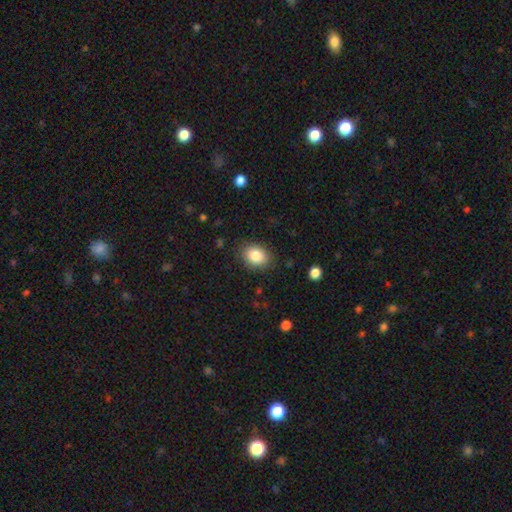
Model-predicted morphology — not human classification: Q: Smooth or featured?
A: smooth (85%); runner-up: star or artifact (8%)
Q: How rounded?
A: in between (67%); runner-up: round (32%)
Q: Merging?
A: none (84%); runner-up: minor disturbance (12%)